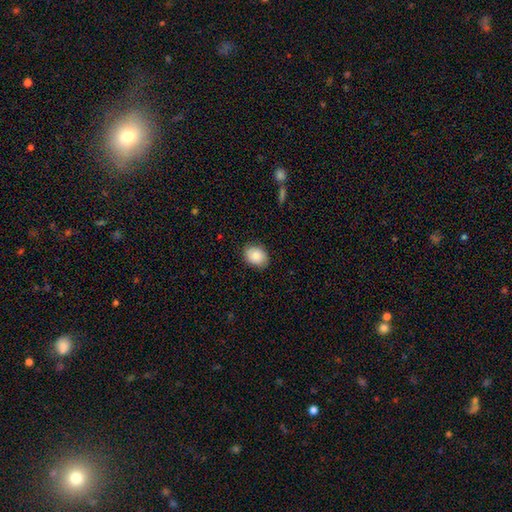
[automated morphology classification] Smooth or featured? smooth (85%)
How rounded? in between (64%)
Merging? none (85%)